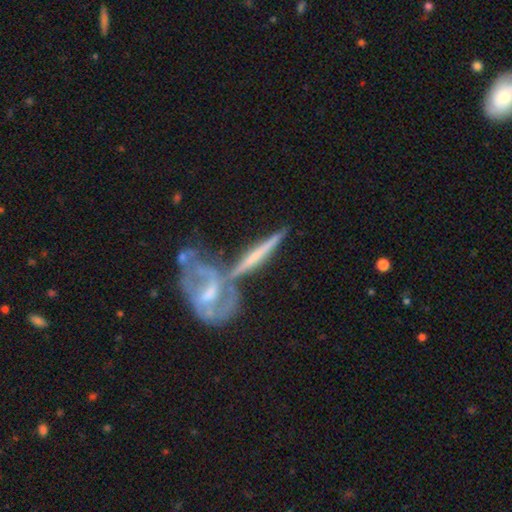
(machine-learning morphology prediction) Smooth or featured: featured or disk — 69% (smooth — 24%)
Edge-on disk: yes — 80% (no — 20%)
Edge-on bulge: none — 49% (rounded — 38%)
Merging: none — 42% (merger — 39%)